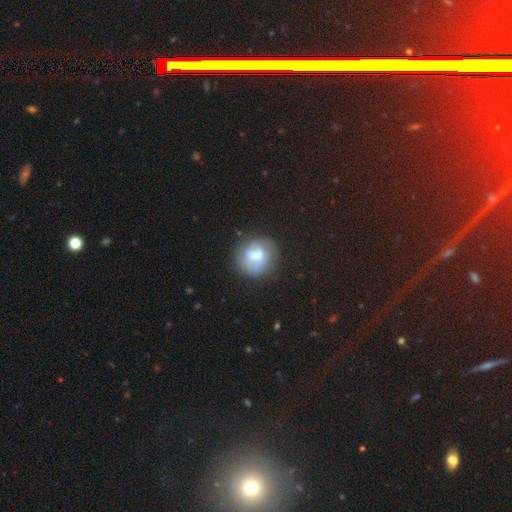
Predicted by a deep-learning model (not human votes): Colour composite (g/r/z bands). It shows a smooth galaxy with no disk features (51%) that is round (81%). Merging: none (68%).